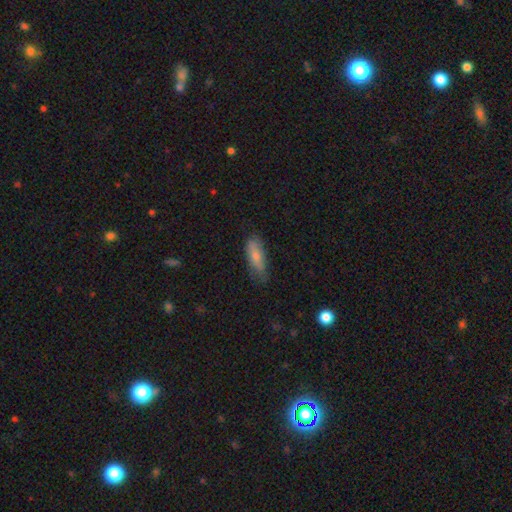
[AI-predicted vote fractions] Morphology: type=smooth (77%); roundness=in between (66%); merging=none (69%).